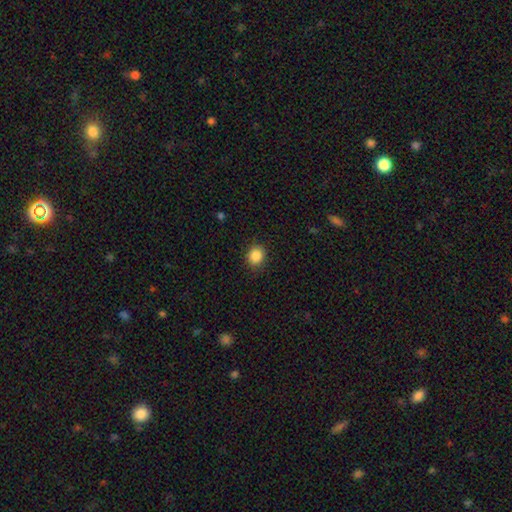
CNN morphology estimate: Q: Smooth or featured?
A: smooth (87%); runner-up: star or artifact (9%)
Q: How rounded?
A: round (79%); runner-up: in between (20%)
Q: Merging?
A: none (88%); runner-up: minor disturbance (8%)